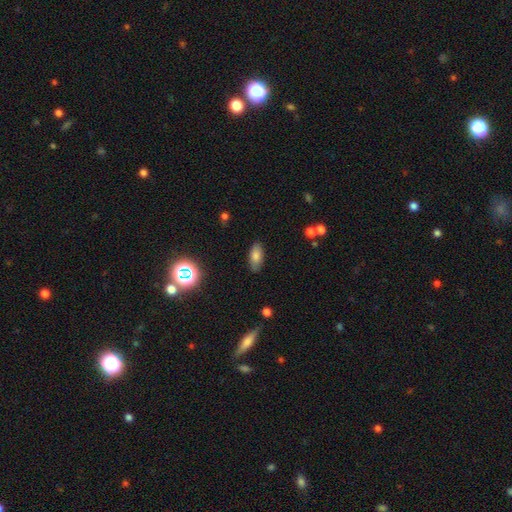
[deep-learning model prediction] Smooth or featured? Predicted: smooth (p=0.78). How rounded? Predicted: in between (p=0.88). Merging? Predicted: none (p=0.85).